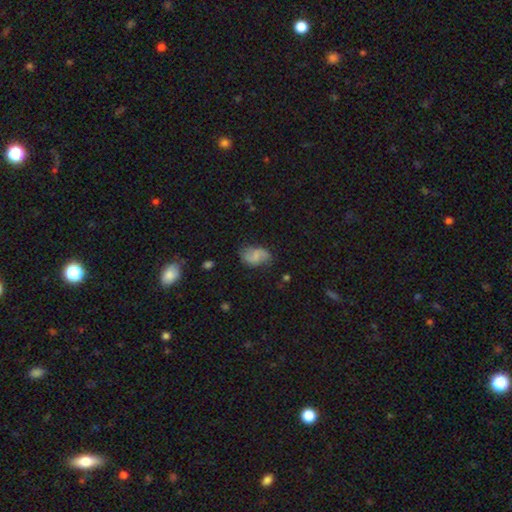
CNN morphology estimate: This appears to be a smooth galaxy with no disk features (46%). Merging: none (67%).